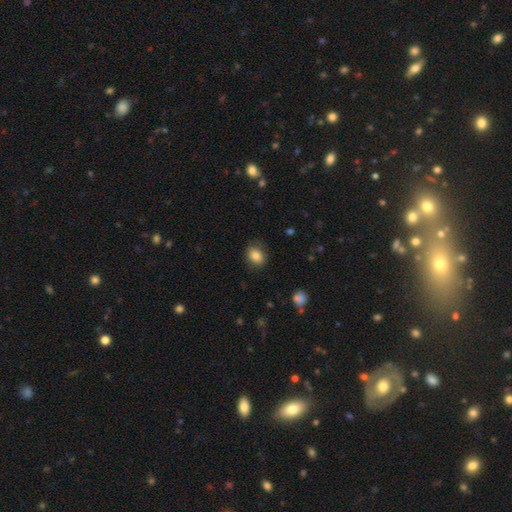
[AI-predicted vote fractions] The model was most divided on "how rounded": in between: 51%, round: 48%, cigar-shaped: 1%. More confident: smooth or featured — smooth (83%); merging — none (82%).